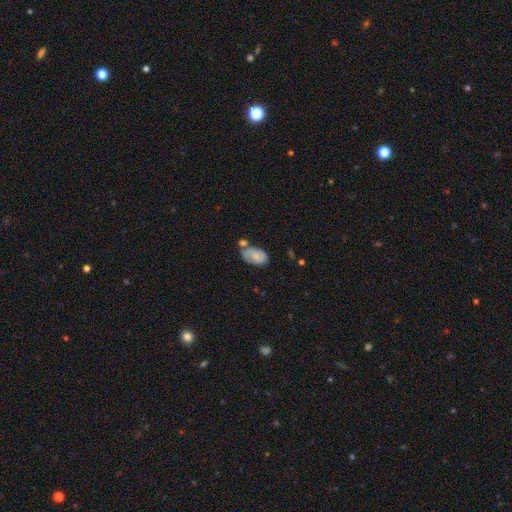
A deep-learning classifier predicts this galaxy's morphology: Smooth or featured? Predicted: smooth (p=0.75). How rounded? Predicted: in between (p=0.94). Merging? Predicted: none (p=0.42).